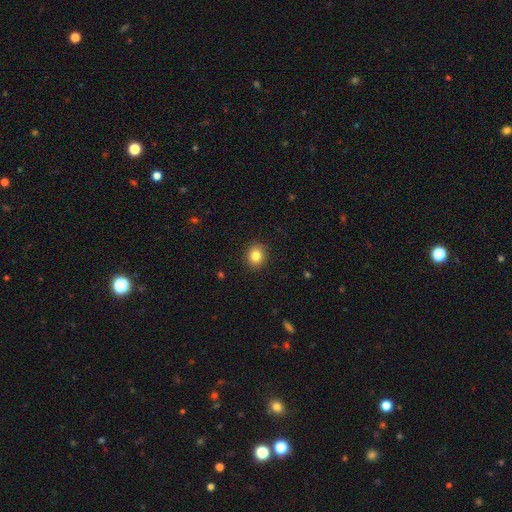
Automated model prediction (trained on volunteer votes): Smooth or featured? smooth (84%)
How rounded? round (75%)
Merging? none (91%)